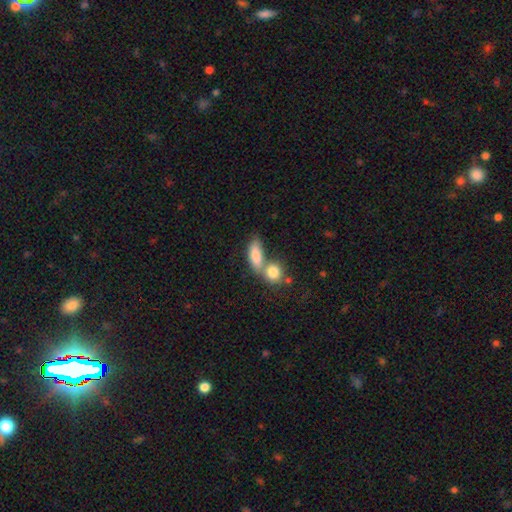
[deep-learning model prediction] smooth 82%, featured or disk 10%, star or artifact 7%. Down the decision tree: how rounded — in between (73%); merging — merger (51%).